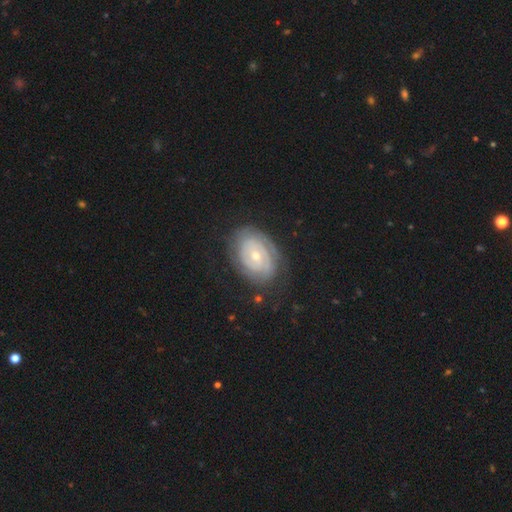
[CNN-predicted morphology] smooth_or_featured: featured or disk (p=0.83) [alt: smooth p=0.11]
disk_edge_on: no (p=0.97) [alt: yes p=0.03]
bar: no (p=0.60) [alt: weak p=0.32]
has_spiral_arms: yes (p=0.94) [alt: no p=0.06]
spiral_winding: tight (p=0.80) [alt: medium p=0.16]
spiral_arm_count: 2 (p=0.43) [alt: can't tell p=0.29]
bulge_size: small (p=0.53) [alt: moderate p=0.44]
merging: none (p=0.77) [alt: minor disturbance p=0.16]